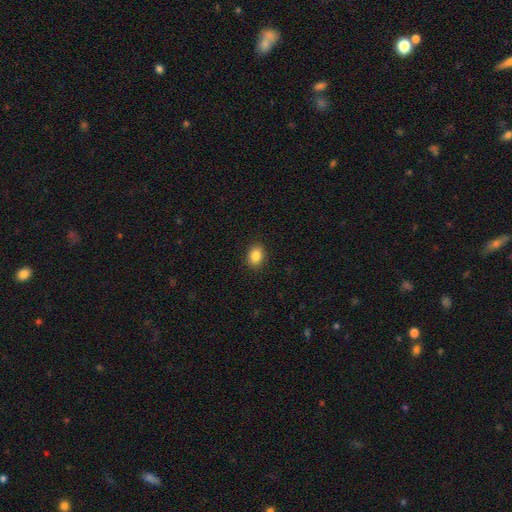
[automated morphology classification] Overall: smooth (85%). How rounded: in between (57%; round 42%). Merging: none (90%).